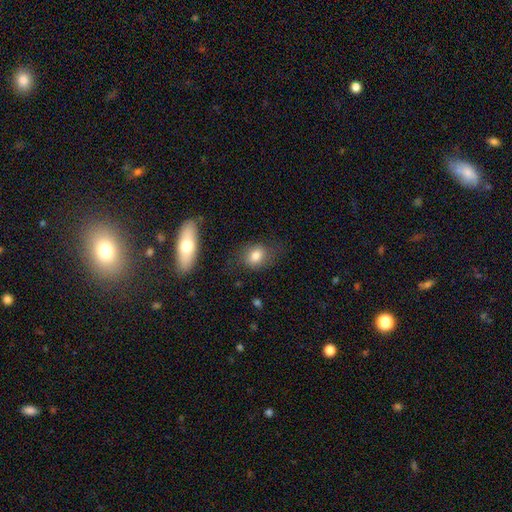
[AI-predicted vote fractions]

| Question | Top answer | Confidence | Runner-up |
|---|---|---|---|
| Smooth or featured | smooth | 77% | featured or disk (14%) |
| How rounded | in between | 58% | round (40%) |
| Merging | none | 70% | minor disturbance (18%) |